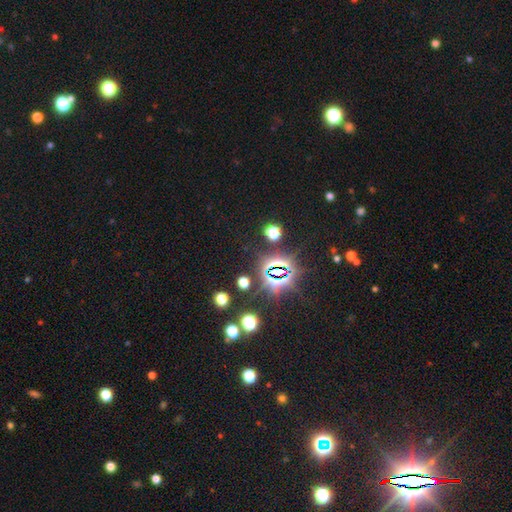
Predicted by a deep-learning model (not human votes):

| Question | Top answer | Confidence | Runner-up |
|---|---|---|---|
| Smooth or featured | star or artifact | 84% | smooth (9%) |